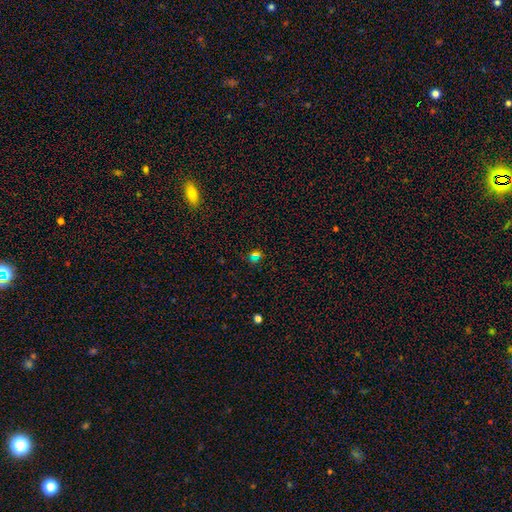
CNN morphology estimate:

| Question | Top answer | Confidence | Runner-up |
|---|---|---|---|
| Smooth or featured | smooth | 47% | star or artifact (44%) |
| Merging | none | 77% | minor disturbance (12%) |